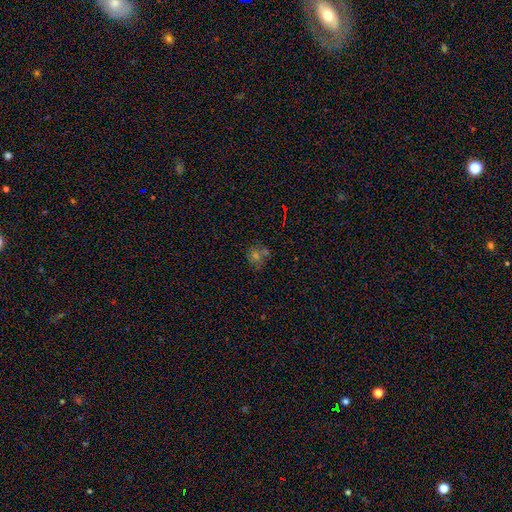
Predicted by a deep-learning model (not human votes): smooth-or-featured: smooth: 47% | star or artifact: 31% | featured or disk: 22%
  merging: none: 63% | merger: 16% | minor disturbance: 14% | major disturbance: 7%